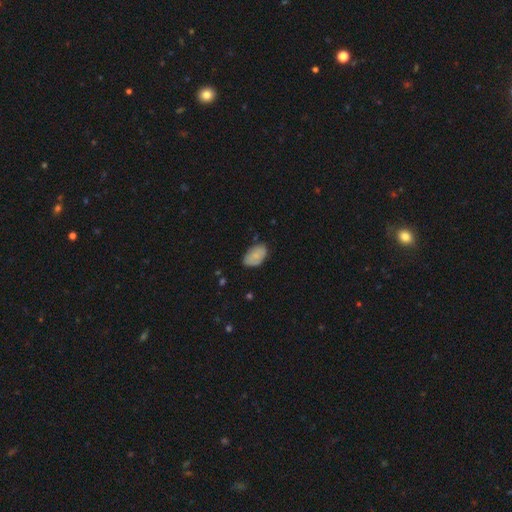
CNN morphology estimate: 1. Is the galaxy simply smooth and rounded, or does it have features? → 81% smooth, 12% featured or disk, 7% star or artifact.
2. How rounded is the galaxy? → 93% in between, 5% round, 1% cigar-shaped.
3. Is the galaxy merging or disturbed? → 71% none, 23% minor disturbance, 4% major disturbance, 2% merger.